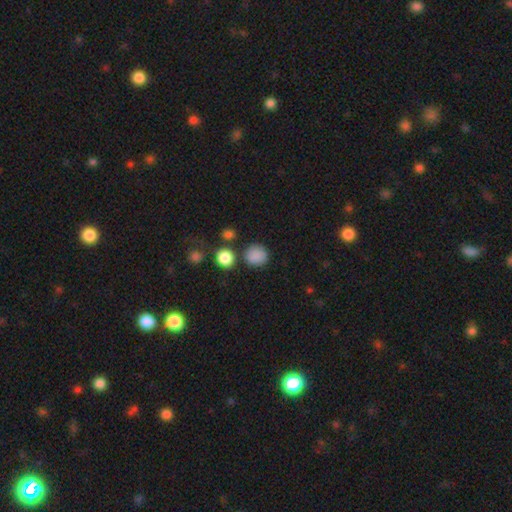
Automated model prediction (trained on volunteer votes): Morphology: type=smooth (85%); roundness=round (88%); merging=none (77%).